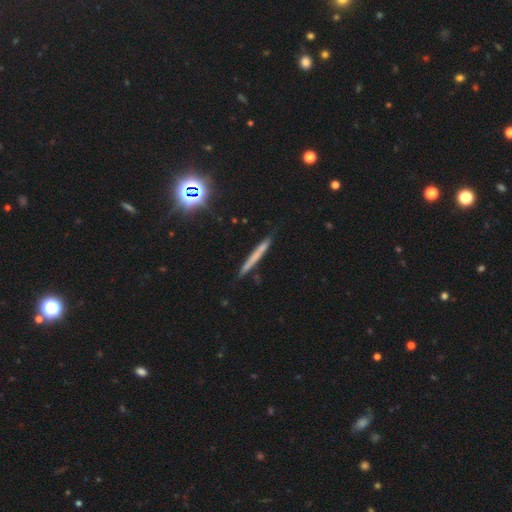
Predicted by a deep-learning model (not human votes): Morphology: type=smooth (55%); roundness=cigar-shaped (96%); merging=none (87%).